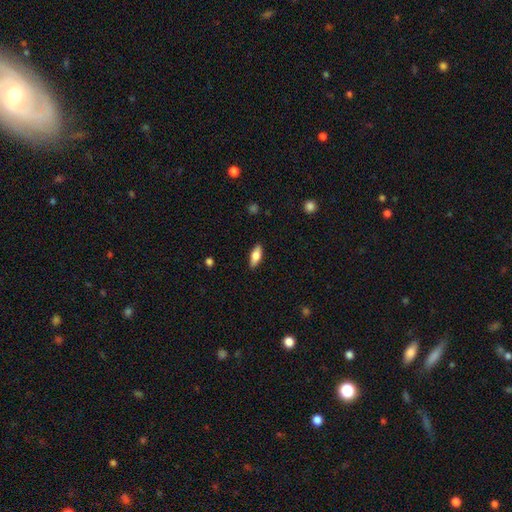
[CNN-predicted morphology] A smooth galaxy with no disk features (73%) that is in between round and cigar-shaped (73%).

Vote fractions:
- Smooth or featured? smooth: 73% / featured or disk: 20% / star or artifact: 6%
- How rounded? in between: 73% / cigar-shaped: 25% / round: 3%
- Merging? none: 87% / minor disturbance: 10% / major disturbance: 2% / merger: 1%